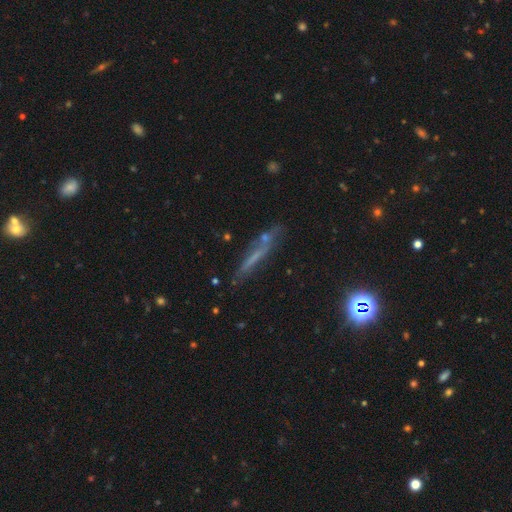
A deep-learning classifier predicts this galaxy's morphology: featured or disk 44%, smooth 37%, star or artifact 19%. Down the decision tree: merging — none (65%).